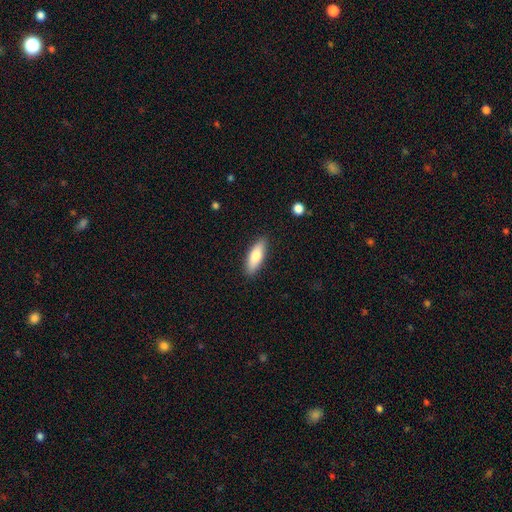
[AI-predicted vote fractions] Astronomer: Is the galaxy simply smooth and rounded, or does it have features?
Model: smooth — 73%.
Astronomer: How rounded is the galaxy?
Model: in between — 59% (runner-up: cigar-shaped, 38%).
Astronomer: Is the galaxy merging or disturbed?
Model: none — 88%.